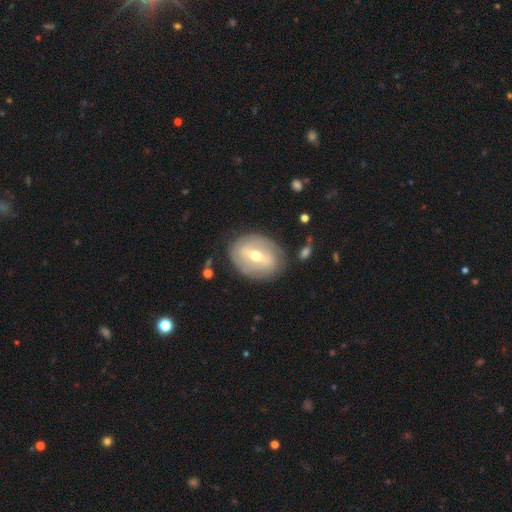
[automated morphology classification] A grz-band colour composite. It shows a featured or disk galaxy (74%) with a strong bar (46%), spiral arms (70%) and a moderate central bulge (72%). Merging: none (79%).